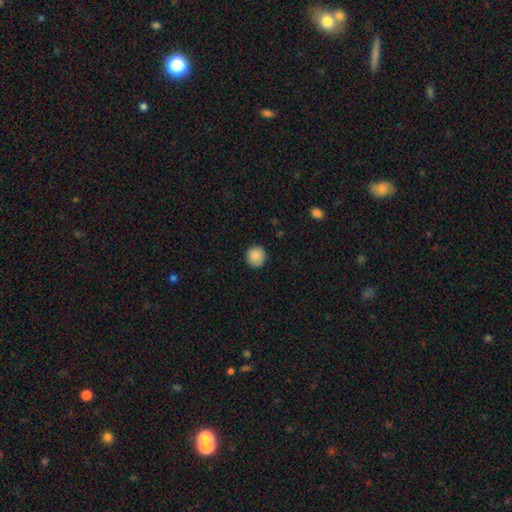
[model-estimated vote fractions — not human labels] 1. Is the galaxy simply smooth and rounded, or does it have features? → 88% smooth, 8% star or artifact, 4% featured or disk.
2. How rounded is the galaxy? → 92% round, 7% in between, 1% cigar-shaped.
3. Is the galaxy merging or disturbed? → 89% none, 8% minor disturbance, 2% major disturbance, 1% merger.